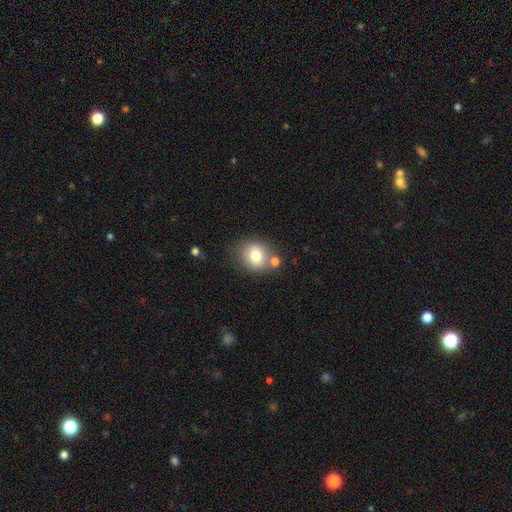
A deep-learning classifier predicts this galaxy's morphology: Smooth or featured? smooth (77%)
How rounded? round (71%)
Merging? none (68%)